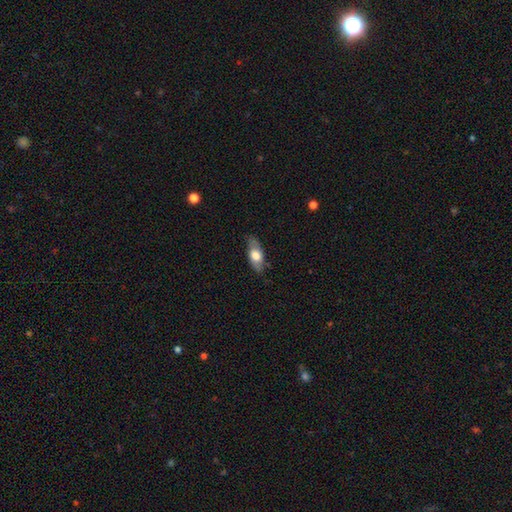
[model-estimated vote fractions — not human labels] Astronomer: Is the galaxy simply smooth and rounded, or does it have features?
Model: smooth — 57% (runner-up: featured or disk, 37%).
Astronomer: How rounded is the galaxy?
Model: in between — 77%.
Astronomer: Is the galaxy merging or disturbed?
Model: none — 76%.